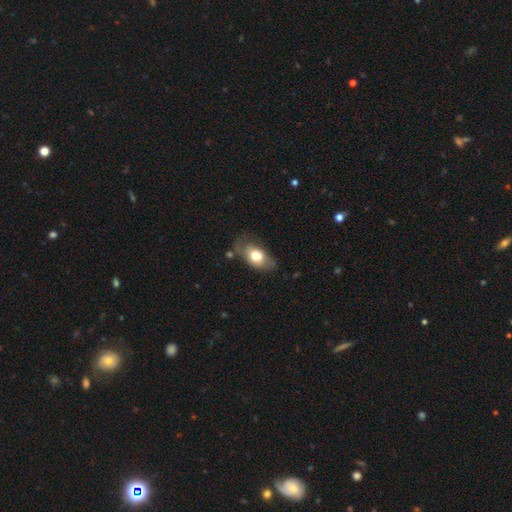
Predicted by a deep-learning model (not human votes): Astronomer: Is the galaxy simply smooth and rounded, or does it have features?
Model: smooth — 69%.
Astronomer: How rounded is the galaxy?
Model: in between — 89%.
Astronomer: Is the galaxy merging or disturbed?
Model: none — 55%.